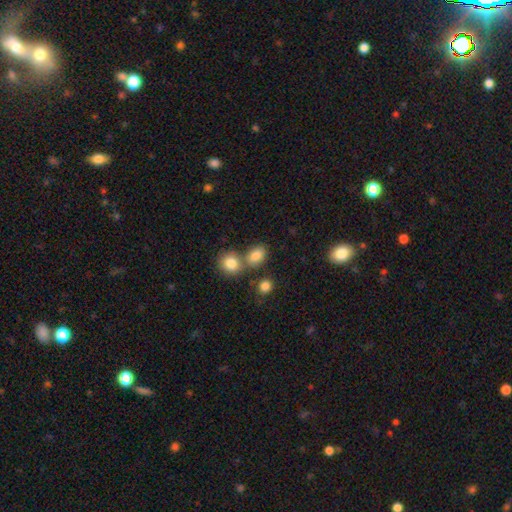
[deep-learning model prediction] A smooth galaxy with no disk features (83%) that is in between round and cigar-shaped (70%).

Vote fractions:
- Smooth or featured? smooth: 83% / star or artifact: 10% / featured or disk: 7%
- How rounded? in between: 70% / round: 28% / cigar-shaped: 2%
- Merging? none: 54% / merger: 31% / minor disturbance: 11% / major disturbance: 4%